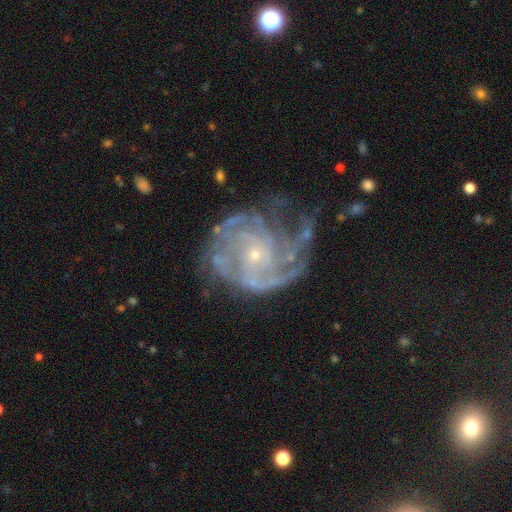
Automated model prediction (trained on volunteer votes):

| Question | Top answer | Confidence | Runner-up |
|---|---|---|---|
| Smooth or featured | featured or disk | 88% | star or artifact (7%) |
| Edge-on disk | no | 98% | yes (2%) |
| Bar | no | 73% | weak (22%) |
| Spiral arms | yes | 96% | no (4%) |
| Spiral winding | tight | 51% | medium (38%) |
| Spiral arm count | can't tell | 26% | 2 (22%) |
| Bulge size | small | 82% | moderate (13%) |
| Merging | none | 51% | major disturbance (24%) |